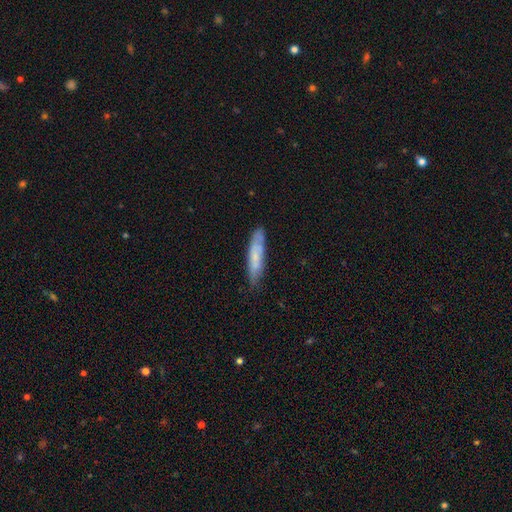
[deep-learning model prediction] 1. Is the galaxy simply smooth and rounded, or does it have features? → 59% smooth, 34% featured or disk, 7% star or artifact.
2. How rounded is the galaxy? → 77% cigar-shaped, 22% in between, 1% round.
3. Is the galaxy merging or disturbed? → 75% none, 19% minor disturbance, 4% major disturbance, 2% merger.